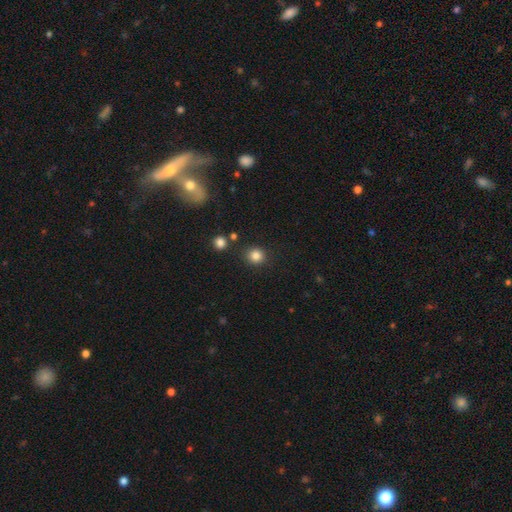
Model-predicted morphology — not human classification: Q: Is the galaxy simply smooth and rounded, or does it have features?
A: smooth — 84%.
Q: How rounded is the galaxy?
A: round — 87%.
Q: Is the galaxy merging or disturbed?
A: none — 86%.